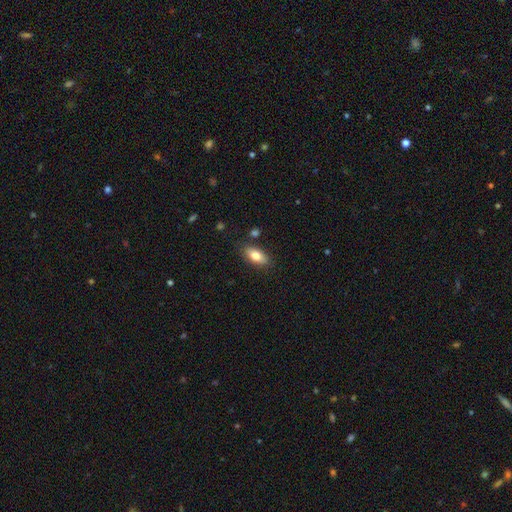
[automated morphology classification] type=smooth (79%); roundness=in between (89%); merging=none (82%).